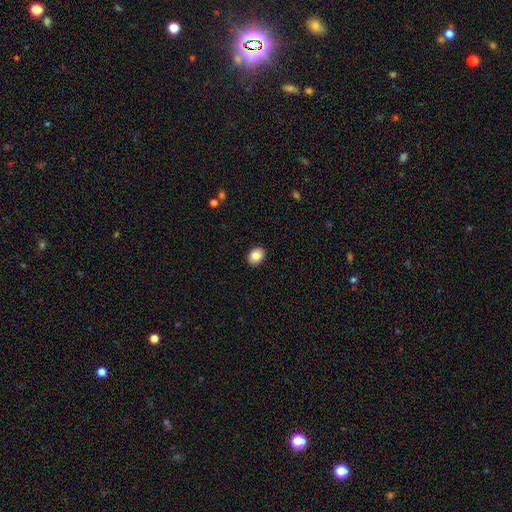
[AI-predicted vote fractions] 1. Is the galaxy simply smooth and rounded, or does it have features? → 85% smooth, 8% star or artifact, 7% featured or disk.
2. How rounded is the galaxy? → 53% in between, 46% round, 1% cigar-shaped.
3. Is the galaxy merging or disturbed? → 91% none, 6% minor disturbance, 2% major disturbance, 1% merger.